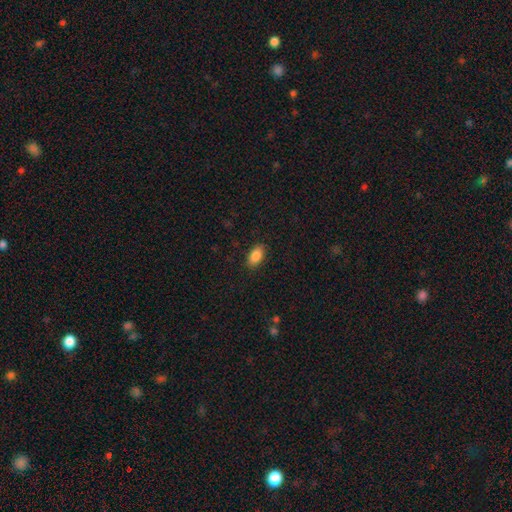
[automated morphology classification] Overall: smooth (88%). How rounded: in between (93%). Merging: none (88%).